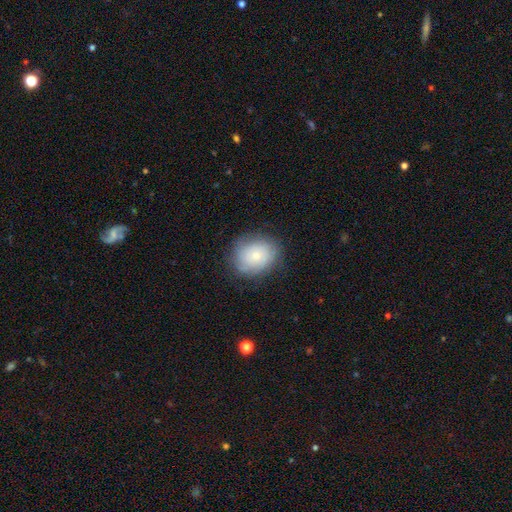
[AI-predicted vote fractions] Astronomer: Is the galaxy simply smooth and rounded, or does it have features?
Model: smooth — 67%.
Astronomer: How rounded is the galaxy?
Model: round — 61% (runner-up: in between, 39%).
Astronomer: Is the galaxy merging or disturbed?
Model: none — 76%.